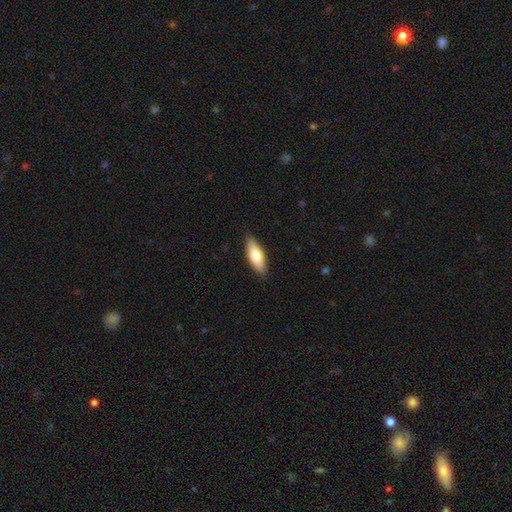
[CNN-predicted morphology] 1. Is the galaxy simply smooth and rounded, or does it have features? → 71% smooth, 24% featured or disk, 6% star or artifact.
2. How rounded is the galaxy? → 65% in between, 33% cigar-shaped, 2% round.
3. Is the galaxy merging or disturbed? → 88% none, 9% minor disturbance, 2% major disturbance, 1% merger.